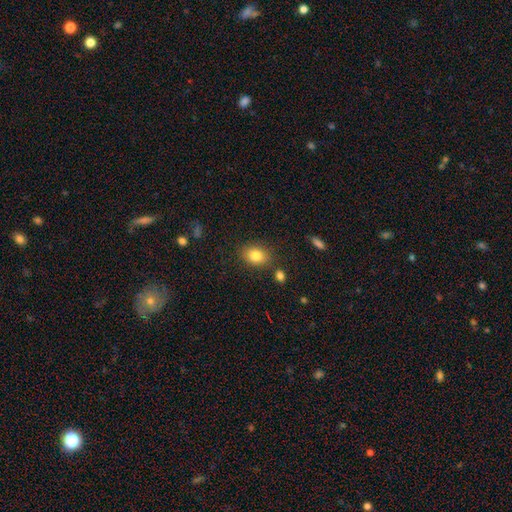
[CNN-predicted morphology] Q: Smooth or featured?
A: smooth (83%); runner-up: star or artifact (9%)
Q: How rounded?
A: in between (69%); runner-up: round (30%)
Q: Merging?
A: none (82%); runner-up: minor disturbance (11%)